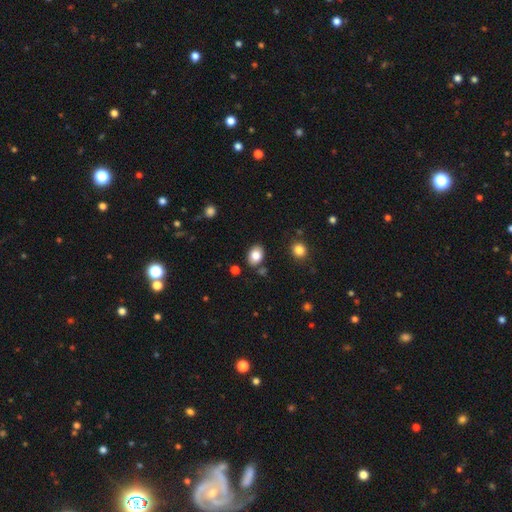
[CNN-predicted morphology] type=smooth (83%); roundness=in between (77%); merging=none (83%).